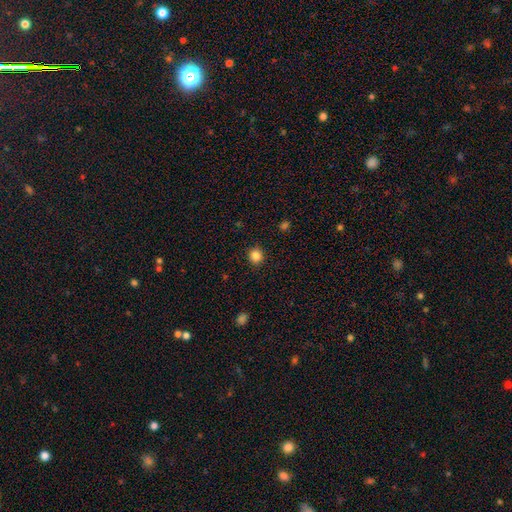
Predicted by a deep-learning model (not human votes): Overall: smooth (85%). How rounded: round (88%). Merging: none (91%).